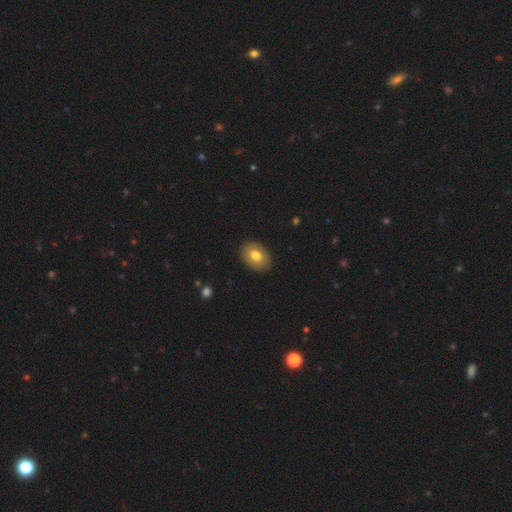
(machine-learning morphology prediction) Q: Smooth or featured?
A: smooth (77%); runner-up: featured or disk (15%)
Q: How rounded?
A: in between (73%); runner-up: round (26%)
Q: Merging?
A: none (89%); runner-up: minor disturbance (8%)